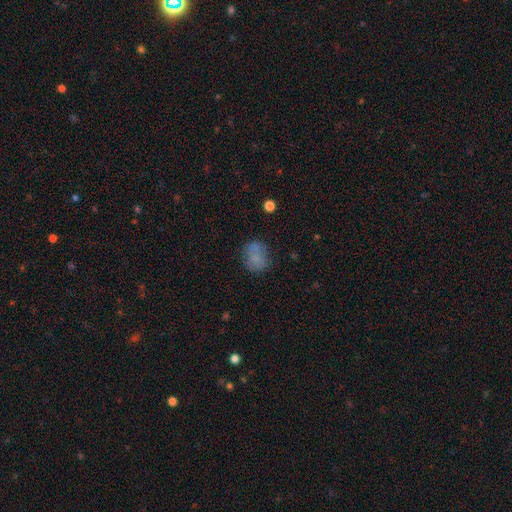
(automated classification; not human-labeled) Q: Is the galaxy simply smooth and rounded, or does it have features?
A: smooth — 69%.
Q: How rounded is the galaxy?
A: round — 58%.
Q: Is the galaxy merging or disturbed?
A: none — 60%.